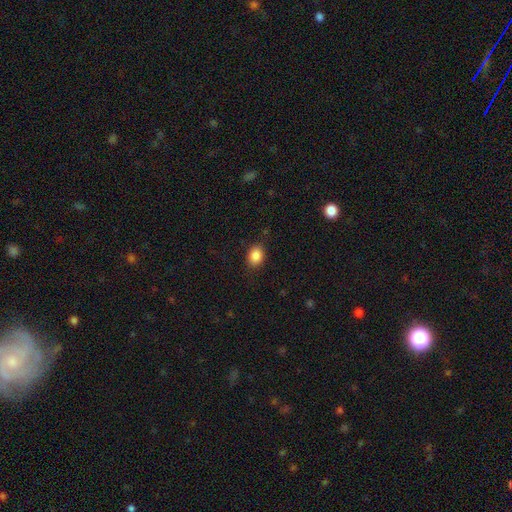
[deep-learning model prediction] This appears to be a smooth galaxy with no disk features (87%) that is in between round and cigar-shaped (63%). Merging: none (85%).